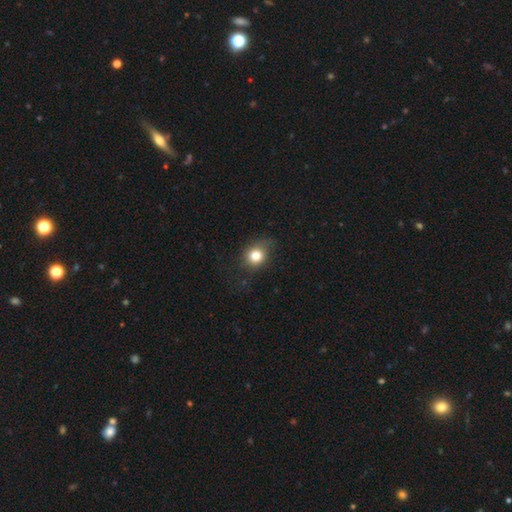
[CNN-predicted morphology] type=smooth (80%); roundness=round (69%); merging=none (62%).